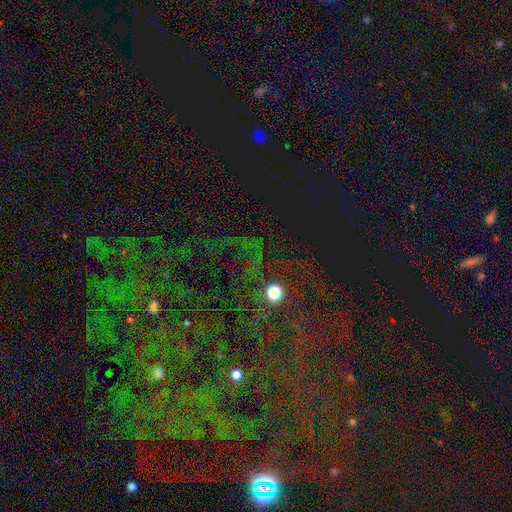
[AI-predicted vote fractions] Smooth or featured: star or artifact — 79% (smooth — 11%)